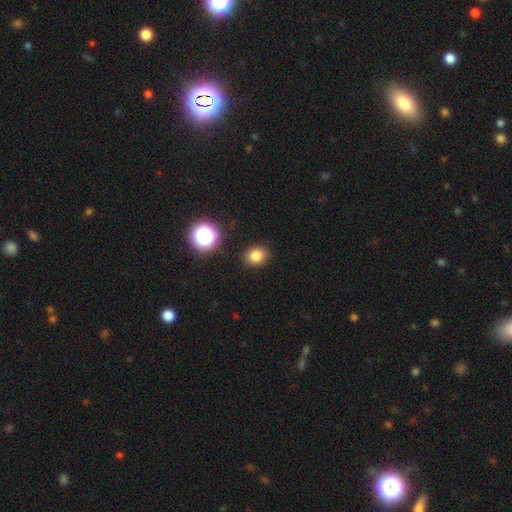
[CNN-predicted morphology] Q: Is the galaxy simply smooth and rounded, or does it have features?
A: smooth — 81%.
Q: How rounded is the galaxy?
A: round — 60%.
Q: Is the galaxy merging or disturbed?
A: none — 88%.